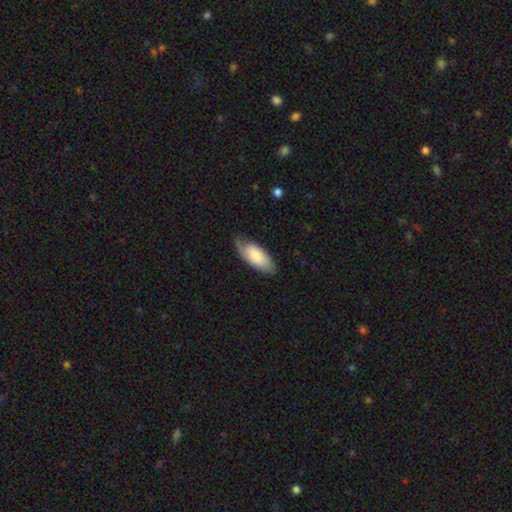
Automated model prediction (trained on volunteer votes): Q: Smooth or featured?
A: smooth (71%); runner-up: featured or disk (23%)
Q: How rounded?
A: in between (87%); runner-up: cigar-shaped (11%)
Q: Merging?
A: none (64%); runner-up: minor disturbance (27%)